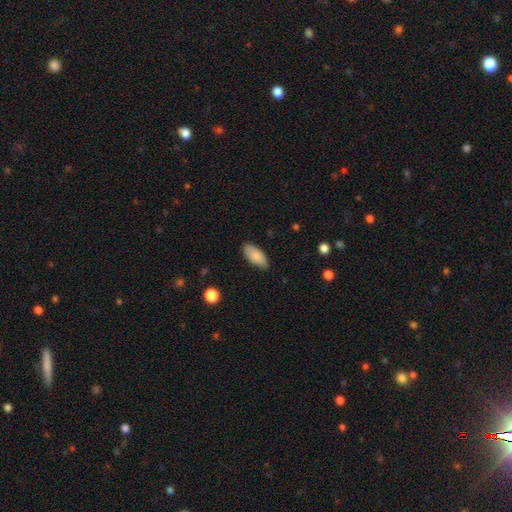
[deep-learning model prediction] Smooth or featured?
  - smooth: 88% *
  - featured or disk: 6%
  - star or artifact: 6%
How rounded?
  - in between: 88% *
  - cigar-shaped: 10%
  - round: 2%
Merging?
  - none: 85% *
  - minor disturbance: 11%
  - major disturbance: 2%
  - merger: 1%